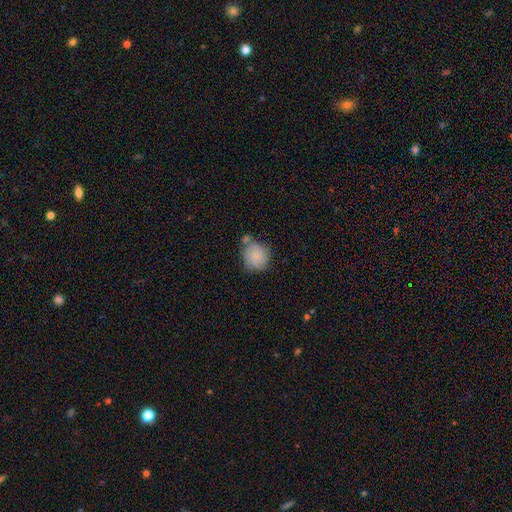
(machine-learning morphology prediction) smooth 75%, featured or disk 17%, star or artifact 8%. Down the decision tree: how rounded — round (81%); merging — none (53%).